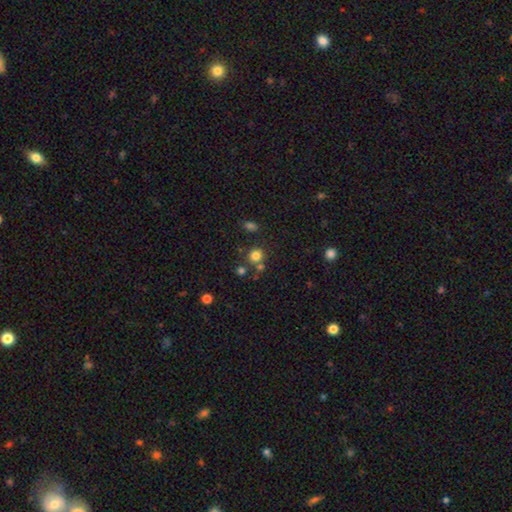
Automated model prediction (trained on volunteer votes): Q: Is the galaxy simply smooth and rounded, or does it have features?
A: smooth — 79%.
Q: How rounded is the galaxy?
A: round — 84%.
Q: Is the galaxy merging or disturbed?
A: none — 71%.